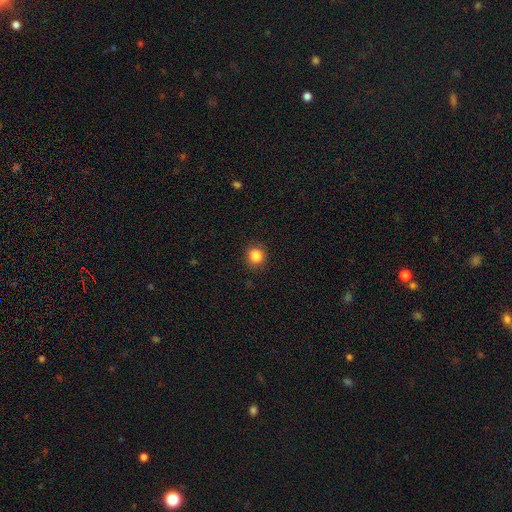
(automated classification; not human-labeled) Smooth or featured?
  - smooth: 86% *
  - star or artifact: 10%
  - featured or disk: 3%
How rounded?
  - round: 88% *
  - in between: 11%
  - cigar-shaped: 1%
Merging?
  - none: 89% *
  - minor disturbance: 8%
  - major disturbance: 2%
  - merger: 1%